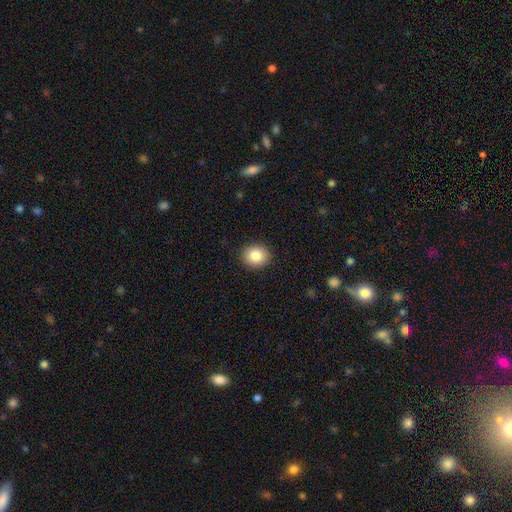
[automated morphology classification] smooth-or-featured: smooth: 85% | star or artifact: 8% | featured or disk: 7%
  how-rounded: round: 71% | in between: 28% | cigar-shaped: 1%
  merging: none: 91% | minor disturbance: 7% | major disturbance: 2% | merger: 1%